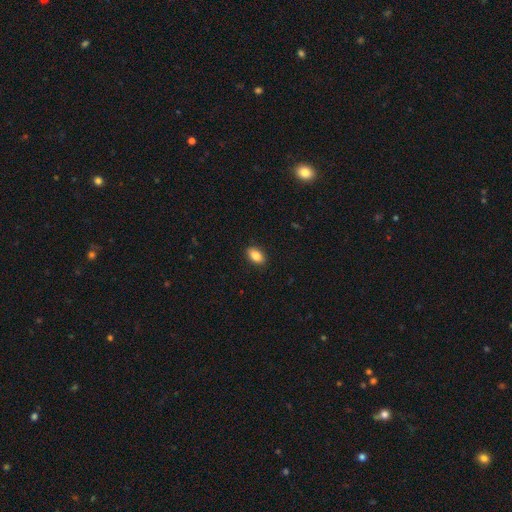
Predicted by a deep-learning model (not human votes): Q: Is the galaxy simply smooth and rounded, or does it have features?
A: smooth — 85%.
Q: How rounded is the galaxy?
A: in between — 90%.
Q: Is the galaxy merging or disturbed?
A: none — 90%.